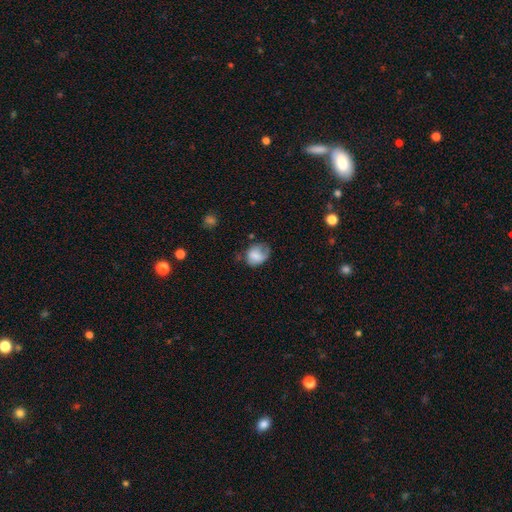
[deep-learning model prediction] Smooth or featured: smooth — 73% (featured or disk — 18%)
How rounded: in between — 55% (round — 44%)
Merging: none — 41% (minor disturbance — 35%)